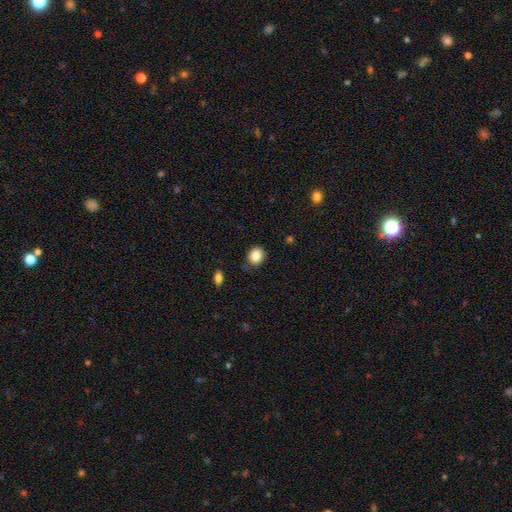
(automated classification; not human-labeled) Smooth or featured: smooth — 84% (star or artifact — 9%)
How rounded: round — 63% (in between — 36%)
Merging: none — 83% (minor disturbance — 13%)